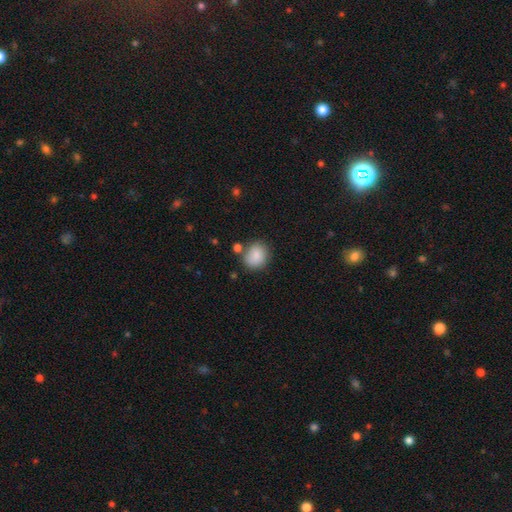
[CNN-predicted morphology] Smooth or featured? Predicted: smooth (p=0.87). How rounded? Predicted: round (p=0.61). Merging? Predicted: none (p=0.71).